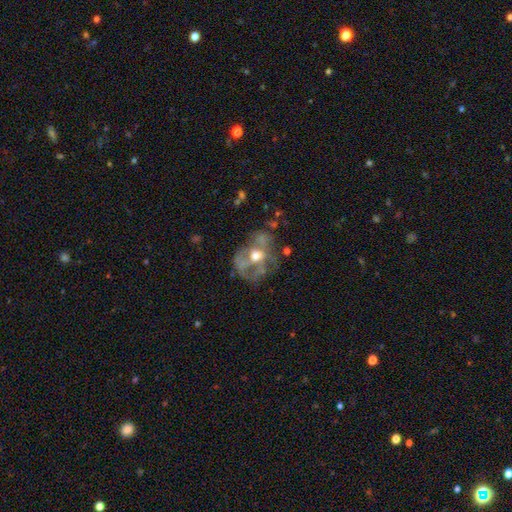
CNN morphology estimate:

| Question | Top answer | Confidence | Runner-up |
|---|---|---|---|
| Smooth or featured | featured or disk | 66% | smooth (24%) |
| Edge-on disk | no | 96% | yes (4%) |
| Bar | no | 68% | weak (23%) |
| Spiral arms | no | 62% | yes (38%) |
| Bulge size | moderate | 69% | small (15%) |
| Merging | none | 39% | major disturbance (35%) |